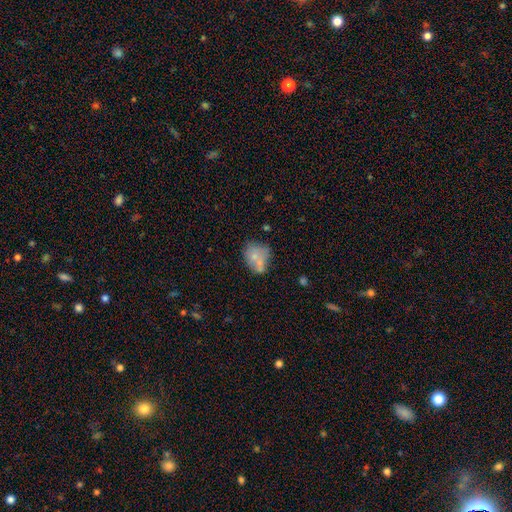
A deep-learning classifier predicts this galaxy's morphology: A smooth galaxy with no disk features (66%) that is round (53%). Merging: none (40%).